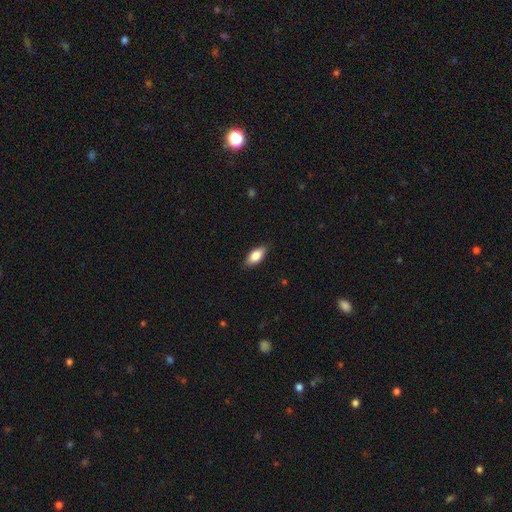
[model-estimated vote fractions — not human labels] smooth_or_featured: smooth (p=0.81) [alt: featured or disk p=0.13]
how_rounded: in between (p=0.86) [alt: cigar-shaped p=0.12]
merging: none (p=0.86) [alt: minor disturbance p=0.11]